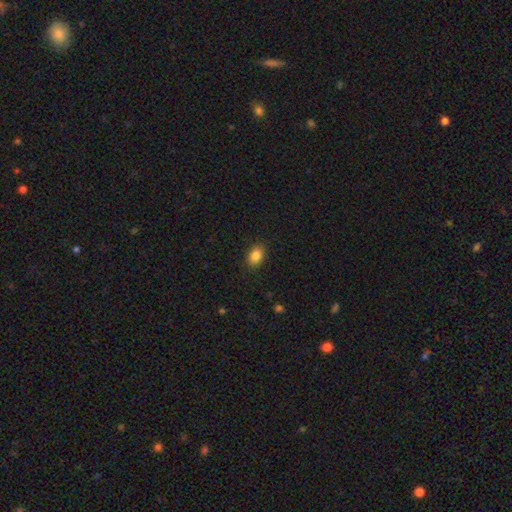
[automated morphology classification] type=smooth (87%); roundness=in between (81%); merging=none (88%).